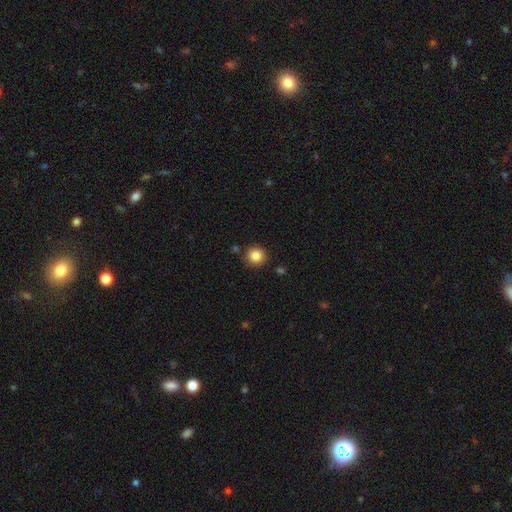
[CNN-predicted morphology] Smooth or featured? Predicted: smooth (p=0.85). How rounded? Predicted: round (p=0.94). Merging? Predicted: none (p=0.87).